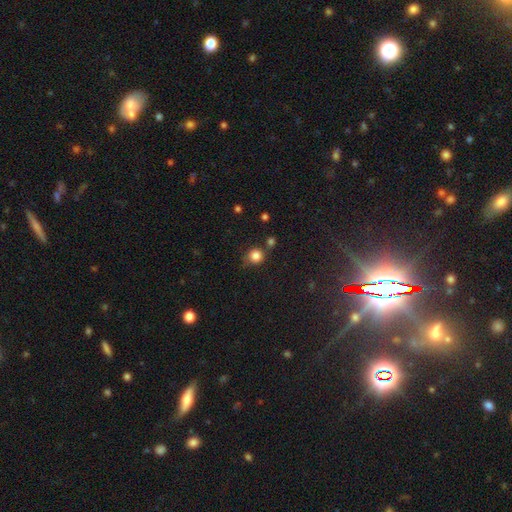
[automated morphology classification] Smooth or featured? Predicted: smooth (p=0.83). How rounded? Predicted: round (p=0.88). Merging? Predicted: none (p=0.68).